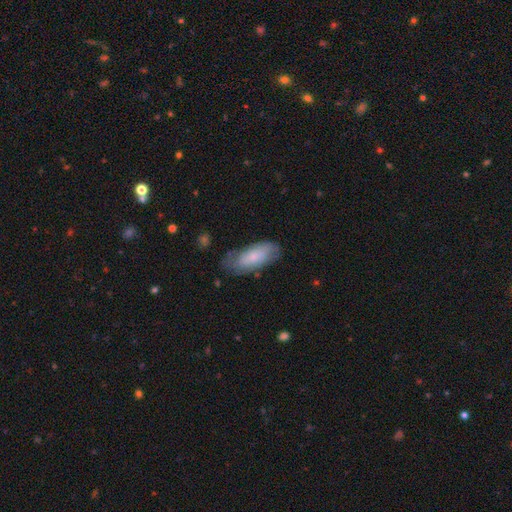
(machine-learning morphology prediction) Smooth or featured: smooth — 64% (featured or disk — 30%)
How rounded: in between — 83% (cigar-shaped — 15%)
Merging: none — 65% (minor disturbance — 25%)